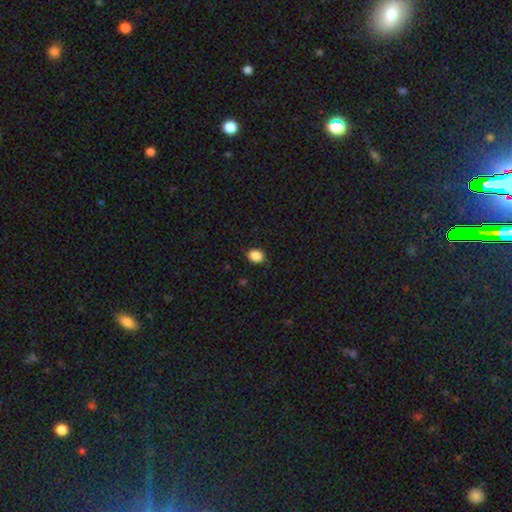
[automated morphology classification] Overall: smooth (88%). How rounded: in between (53%; round 46%). Merging: none (86%).